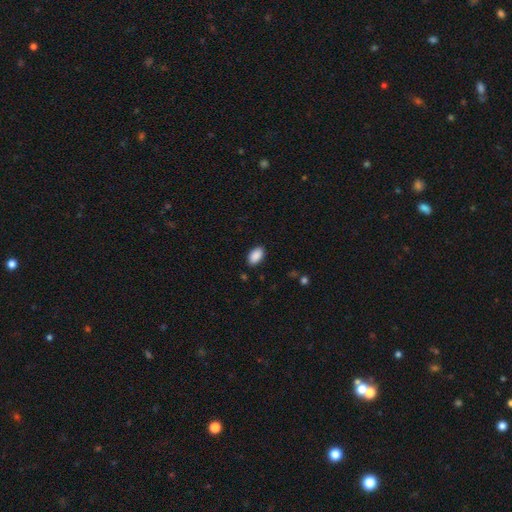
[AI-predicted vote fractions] A smooth galaxy with no disk features (90%) that is in between round and cigar-shaped (93%).

Vote fractions:
- Smooth or featured? smooth: 90% / star or artifact: 7% / featured or disk: 3%
- How rounded? in between: 93% / round: 5% / cigar-shaped: 2%
- Merging? none: 88% / minor disturbance: 9% / major disturbance: 2% / merger: 1%